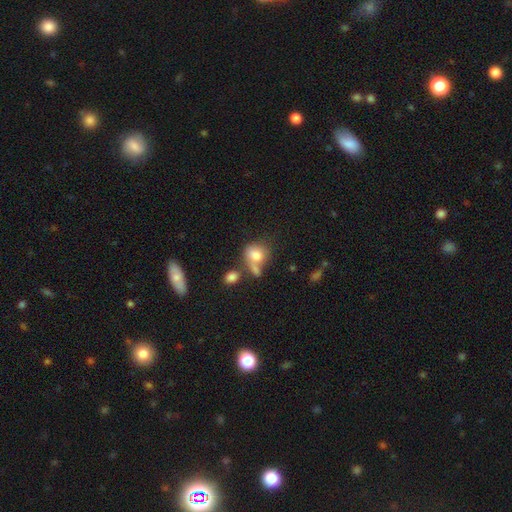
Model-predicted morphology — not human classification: The model was most divided on "merging": merger: 38%, none: 37%, minor disturbance: 16%, major disturbance: 10%. Remaining: smooth or featured — smooth (76%); how rounded — round (50%).